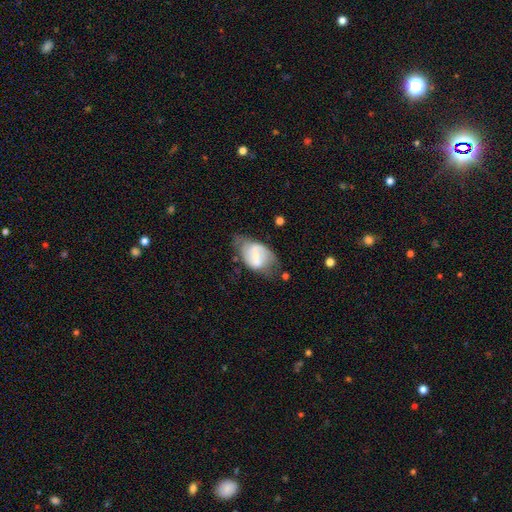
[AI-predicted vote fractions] smooth-or-featured: featured or disk: 60% | smooth: 33% | star or artifact: 7%
  disk-edge-on: no: 96% | yes: 4%
    bar: weak: 44% | strong: 40% | no: 17%
    has-spiral-arms: yes: 72% | no: 28%
    bulge-size: small: 52% | moderate: 27% | none: 15% | large: 4% | dominant: 2%
  merging: none: 46% | minor disturbance: 33% | major disturbance: 17% | merger: 4%